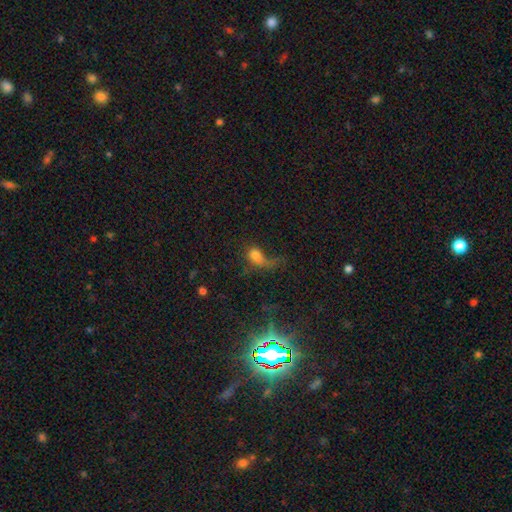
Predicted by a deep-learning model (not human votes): A smooth galaxy with no disk features (61%) that is in between round and cigar-shaped (65%). Merging: major disturbance (53%).